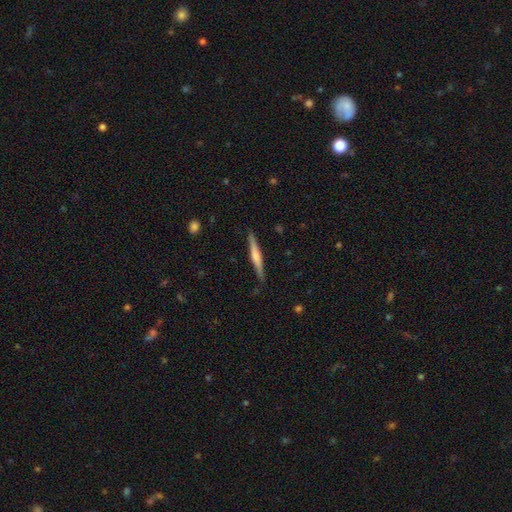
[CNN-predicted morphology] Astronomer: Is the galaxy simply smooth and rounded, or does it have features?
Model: featured or disk — 52% (runner-up: smooth, 42%).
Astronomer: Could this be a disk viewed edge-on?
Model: yes — 97%.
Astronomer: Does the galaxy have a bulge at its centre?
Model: rounded — 50% (runner-up: boxy, 25%).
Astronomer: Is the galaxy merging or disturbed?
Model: none — 86%.